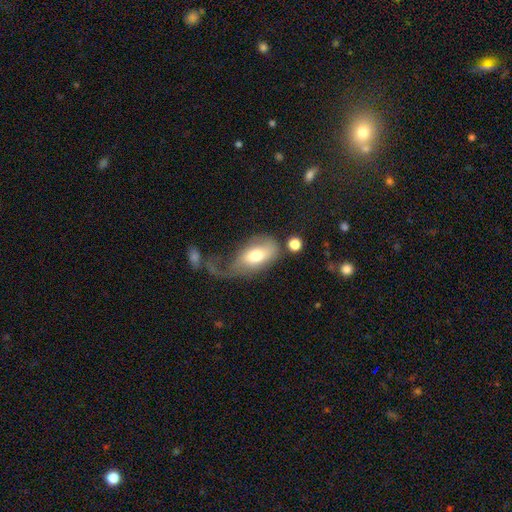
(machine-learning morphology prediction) type=smooth (64%); roundness=in between (89%); merging=major disturbance (46%).